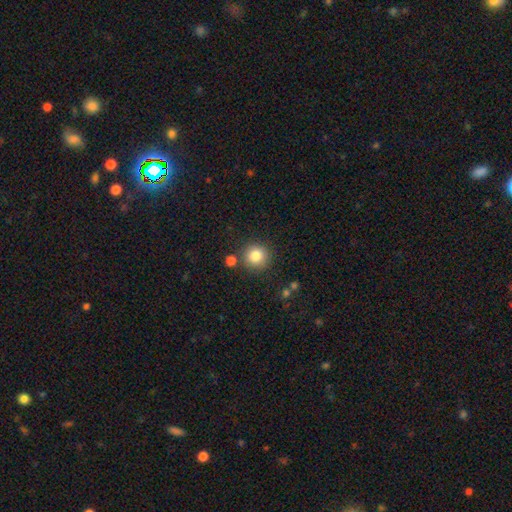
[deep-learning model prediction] Q: Smooth or featured?
A: smooth (84%); runner-up: star or artifact (10%)
Q: How rounded?
A: round (93%); runner-up: in between (6%)
Q: Merging?
A: none (84%); runner-up: minor disturbance (8%)